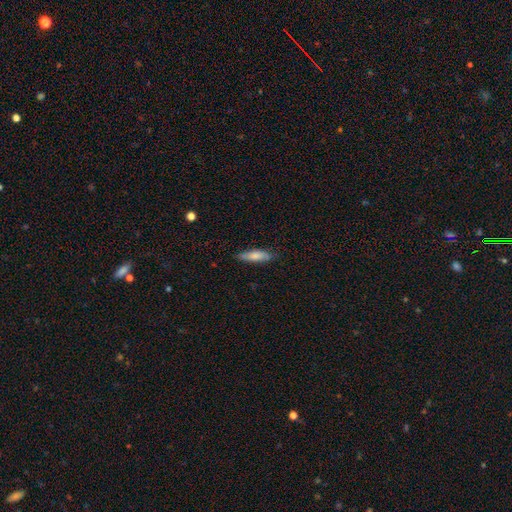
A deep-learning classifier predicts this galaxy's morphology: smooth 75%, featured or disk 19%, star or artifact 6%. Down the decision tree: how rounded — cigar-shaped (62%); merging — none (78%).